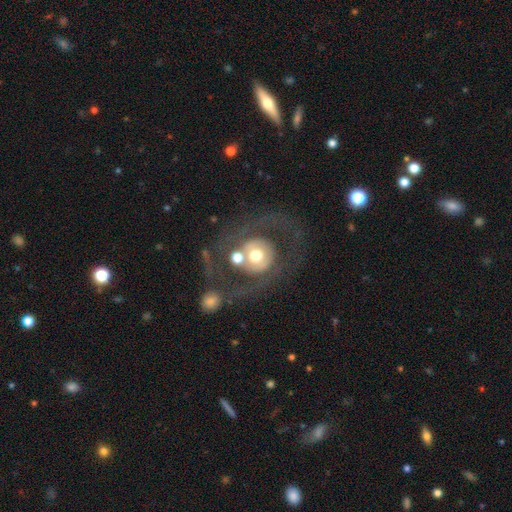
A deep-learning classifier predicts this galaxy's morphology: Smooth or featured? featured or disk (56%)
Edge-on disk? no (96%)
Bar? no (82%)
Spiral arms? no (56%)
Bulge size? moderate (61%)
Merging? none (42%)